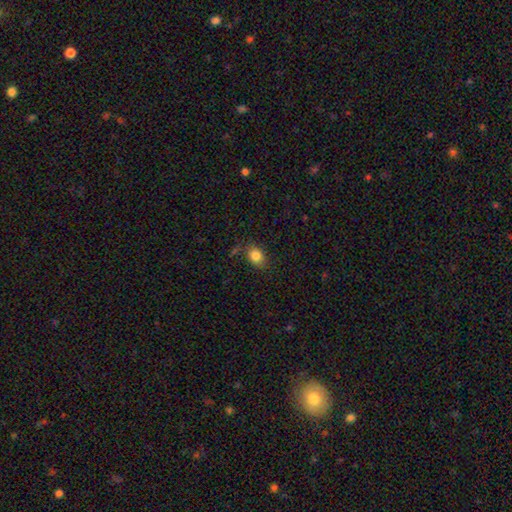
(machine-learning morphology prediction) This is clearly a smooth galaxy (84%). How rounded: likely in between (61%). Merging: likely none (77%).